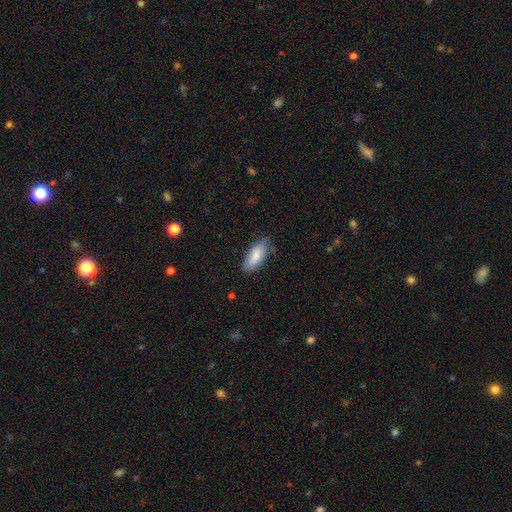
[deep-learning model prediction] smooth-or-featured: smooth: 82% | featured or disk: 12% | star or artifact: 6%
  how-rounded: in between: 76% | cigar-shaped: 22% | round: 2%
  merging: none: 72% | minor disturbance: 23% | major disturbance: 4% | merger: 2%